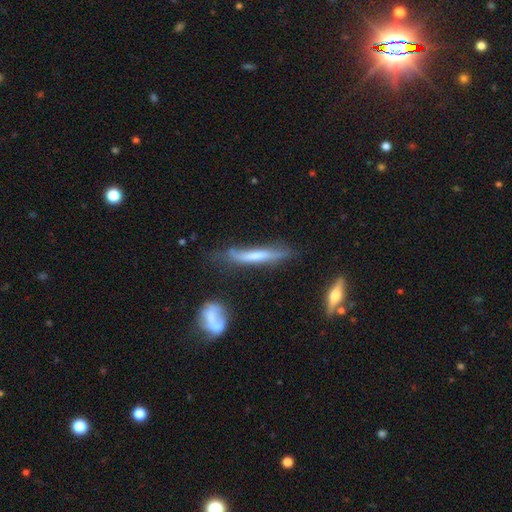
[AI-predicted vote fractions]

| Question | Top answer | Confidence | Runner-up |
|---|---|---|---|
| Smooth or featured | featured or disk | 53% | smooth (36%) |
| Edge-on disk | yes | 83% | no (17%) |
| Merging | none | 65% | minor disturbance (22%) |